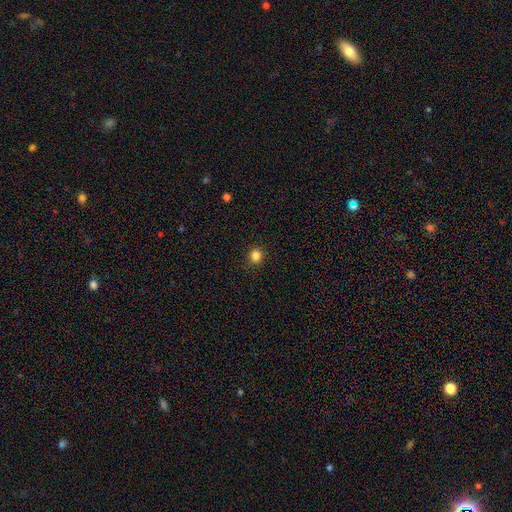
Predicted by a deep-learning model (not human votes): The model was most divided on "smooth or featured": smooth: 84%, star or artifact: 12%, featured or disk: 3%. More confident: merging — none (92%); how rounded — round (91%).